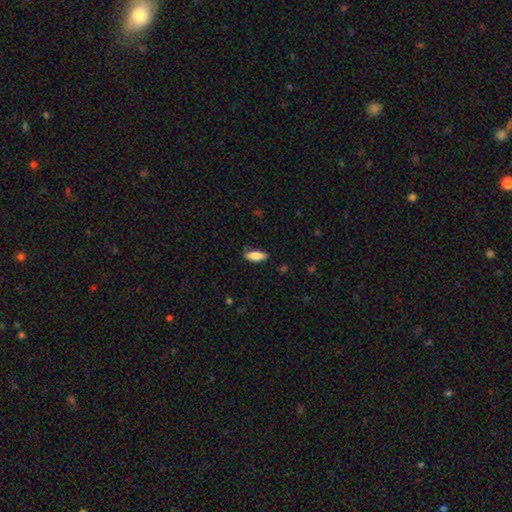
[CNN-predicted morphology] smooth-or-featured: smooth: 85% | featured or disk: 8% | star or artifact: 6%
  how-rounded: in between: 77% | cigar-shaped: 21% | round: 2%
  merging: none: 70% | minor disturbance: 23% | major disturbance: 5% | merger: 2%